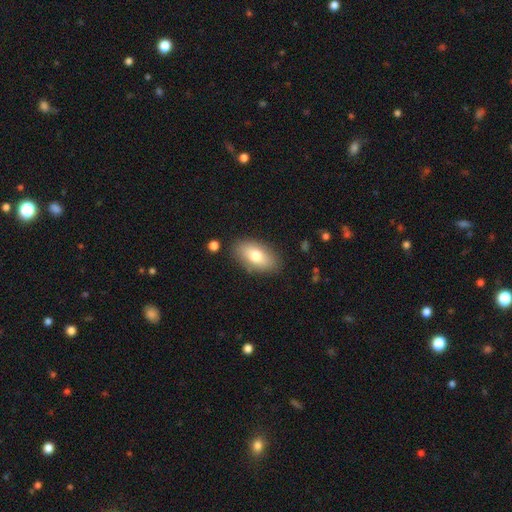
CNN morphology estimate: This is likely a smooth galaxy (74%). How rounded: clearly in between (91%). Merging: clearly none (84%).